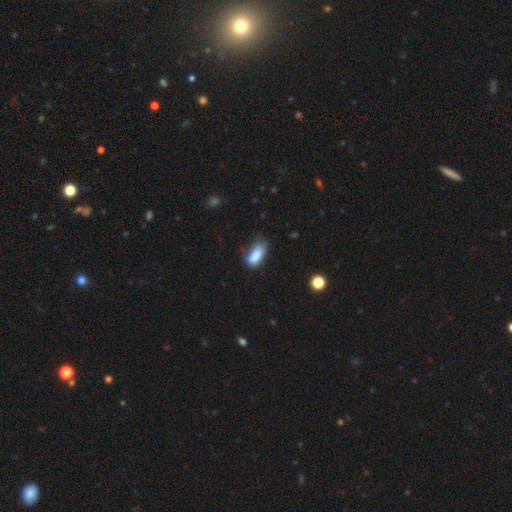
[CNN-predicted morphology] This is clearly a smooth galaxy (82%). How rounded: clearly in between (85%). Merging: possibly none (46%).